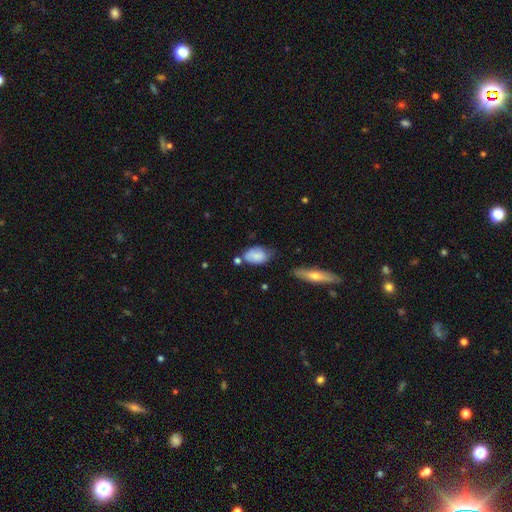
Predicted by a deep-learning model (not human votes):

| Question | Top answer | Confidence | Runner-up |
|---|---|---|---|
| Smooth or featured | smooth | 76% | featured or disk (17%) |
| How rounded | in between | 86% | round (11%) |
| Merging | none | 47% | minor disturbance (33%) |